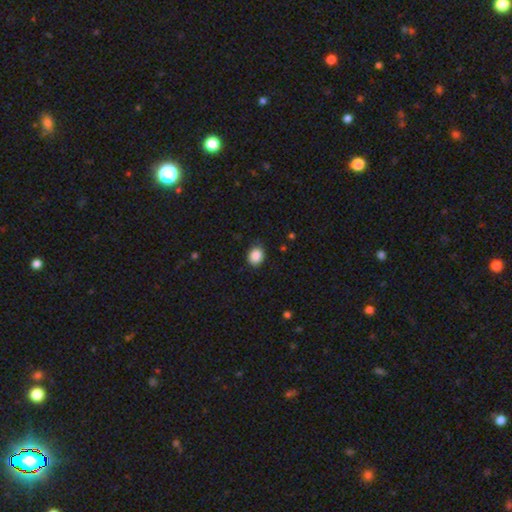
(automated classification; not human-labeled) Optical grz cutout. It shows a smooth galaxy with no disk features (88%) that is round (53%). Merging: none (79%).